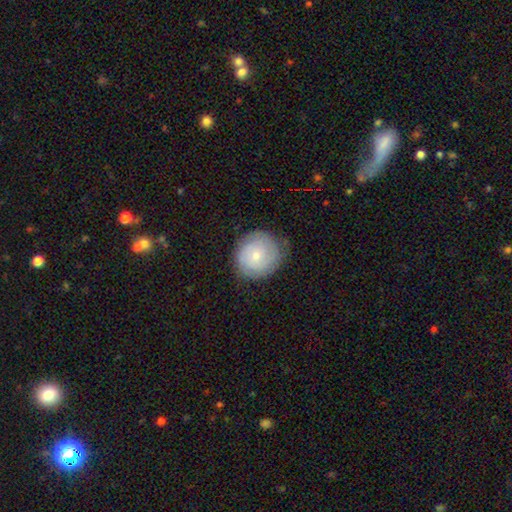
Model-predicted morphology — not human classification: smooth_or_featured: featured or disk (p=0.48) [alt: smooth p=0.45]
merging: none (p=0.77) [alt: minor disturbance p=0.17]